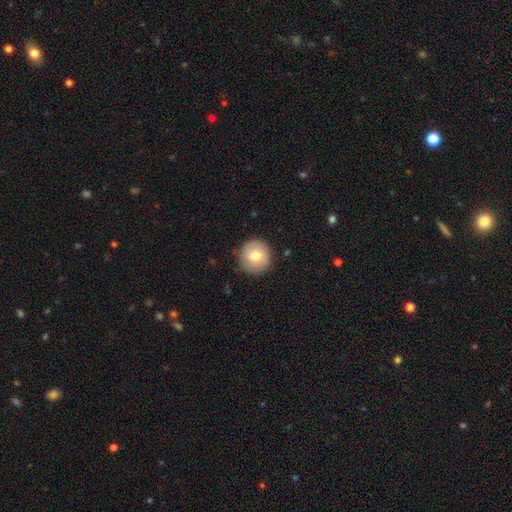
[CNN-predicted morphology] Smooth or featured?
  - smooth: 77% *
  - featured or disk: 15%
  - star or artifact: 8%
How rounded?
  - round: 94% *
  - in between: 5%
  - cigar-shaped: 1%
Merging?
  - none: 87% *
  - minor disturbance: 9%
  - major disturbance: 2%
  - merger: 1%